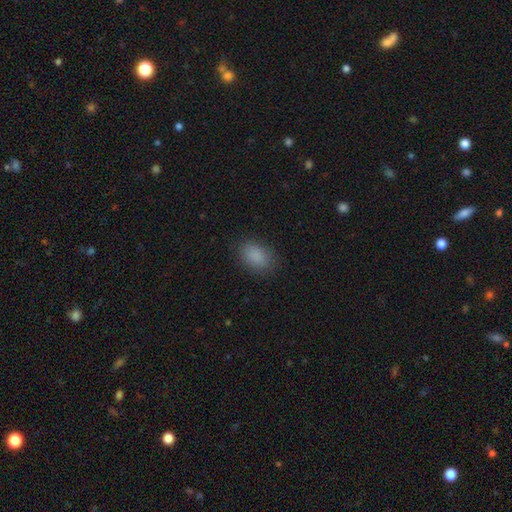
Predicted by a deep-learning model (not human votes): This is clearly a smooth galaxy (87%). How rounded: clearly in between (81%). Merging: clearly none (84%).